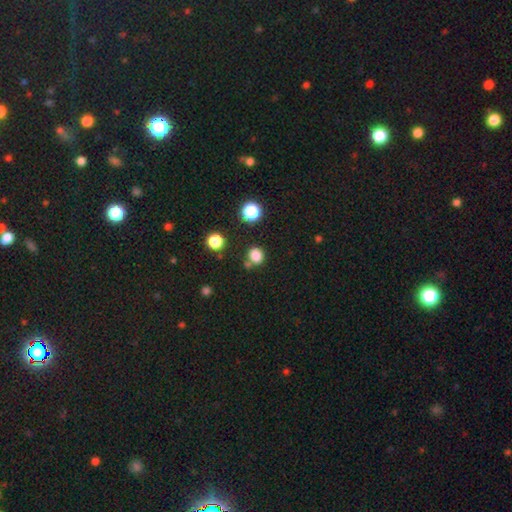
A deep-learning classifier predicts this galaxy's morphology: smooth_or_featured: smooth (p=0.81) [alt: star or artifact p=0.14]
how_rounded: round (p=0.77) [alt: in between p=0.22]
merging: none (p=0.72) [alt: merger p=0.13]